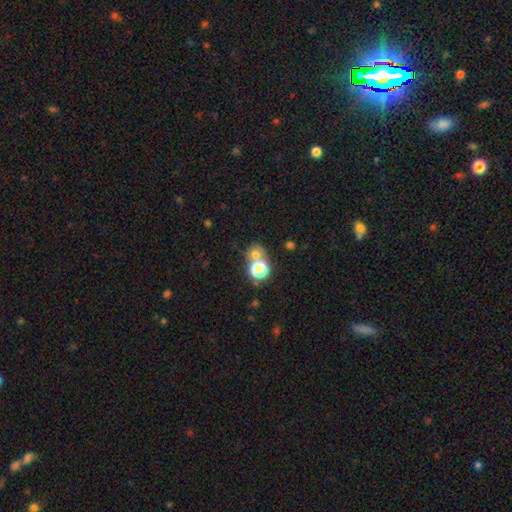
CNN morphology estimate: type=smooth (63%); roundness=round (80%); merging=none (53%).